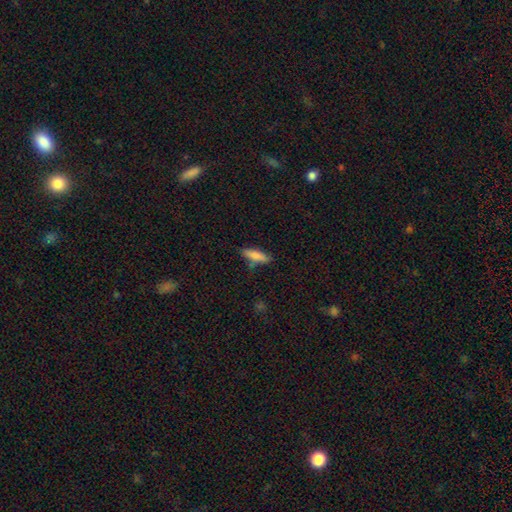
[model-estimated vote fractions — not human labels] Smooth or featured? smooth (80%)
How rounded? cigar-shaped (62%)
Merging? none (77%)